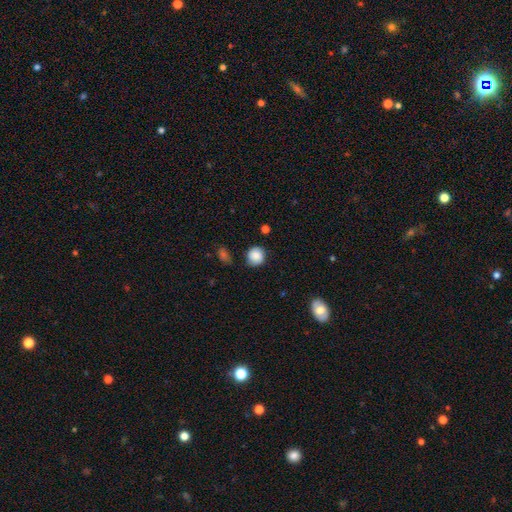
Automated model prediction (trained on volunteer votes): This is clearly a smooth galaxy (82%). How rounded: clearly round (85%). Merging: likely none (68%).